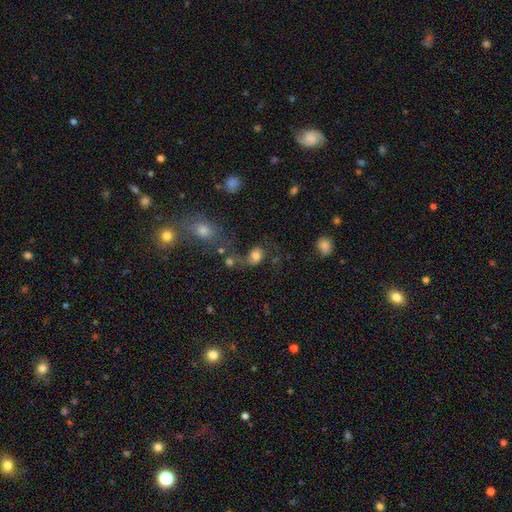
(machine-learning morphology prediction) smooth_or_featured: smooth (p=0.64) [alt: featured or disk p=0.22]
how_rounded: round (p=0.55) [alt: in between p=0.43]
merging: none (p=0.38) [alt: merger p=0.23]